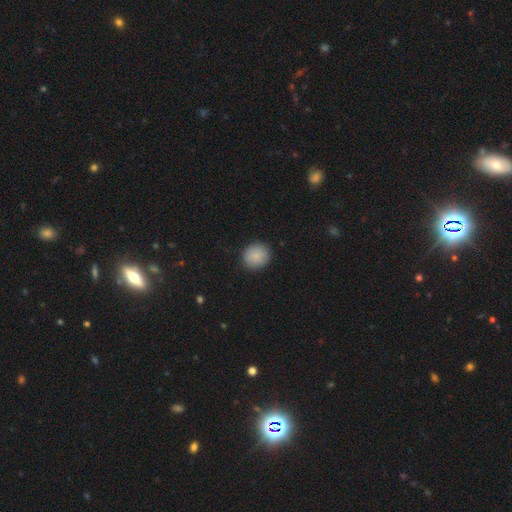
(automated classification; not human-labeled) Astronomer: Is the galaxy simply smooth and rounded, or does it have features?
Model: smooth — 88%.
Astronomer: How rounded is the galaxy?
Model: round — 85%.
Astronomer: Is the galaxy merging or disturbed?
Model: none — 90%.